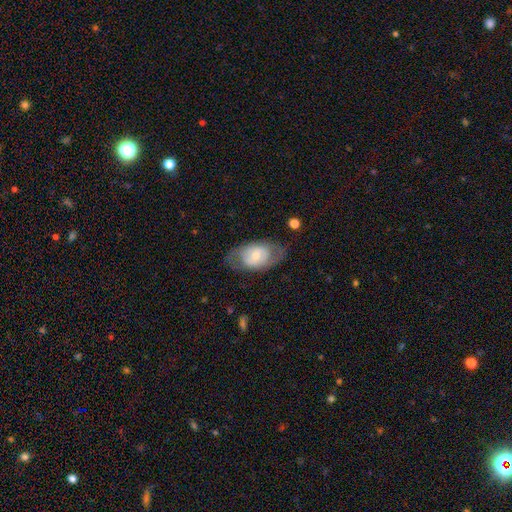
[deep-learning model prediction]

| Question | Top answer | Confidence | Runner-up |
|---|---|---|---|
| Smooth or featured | featured or disk | 50% | smooth (44%) |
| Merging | none | 68% | minor disturbance (18%) |